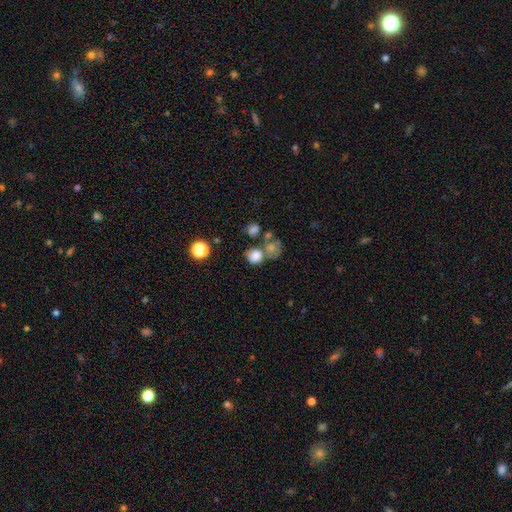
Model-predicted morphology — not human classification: Q: Smooth or featured?
A: smooth (77%); runner-up: star or artifact (13%)
Q: How rounded?
A: round (70%); runner-up: in between (29%)
Q: Merging?
A: none (42%); runner-up: merger (36%)